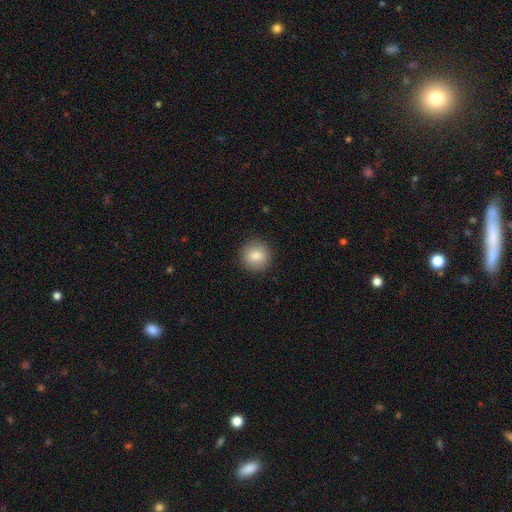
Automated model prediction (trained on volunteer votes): smooth_or_featured: smooth (p=0.84) [alt: star or artifact p=0.08]
how_rounded: round (p=0.93) [alt: in between p=0.06]
merging: none (p=0.91) [alt: minor disturbance p=0.06]